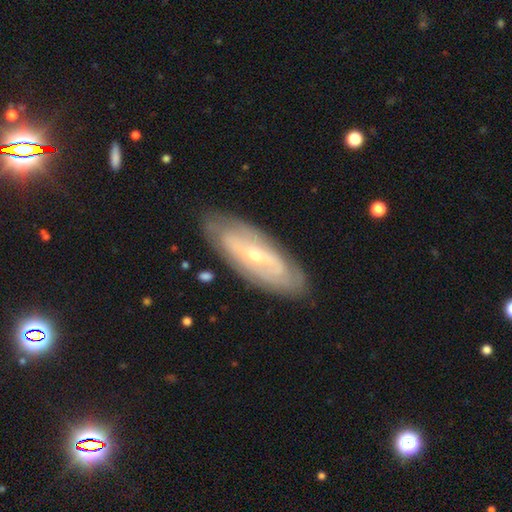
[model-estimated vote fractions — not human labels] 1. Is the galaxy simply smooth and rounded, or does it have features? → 73% featured or disk, 21% smooth, 6% star or artifact.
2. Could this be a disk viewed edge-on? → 84% no, 16% yes.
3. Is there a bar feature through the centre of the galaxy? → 39% no, 37% weak, 24% strong.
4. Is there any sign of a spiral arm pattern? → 73% yes, 27% no.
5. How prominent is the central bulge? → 66% small, 31% moderate, 1% large, 1% none, 1% dominant.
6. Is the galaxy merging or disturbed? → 83% none, 13% minor disturbance, 3% major disturbance, 1% merger.